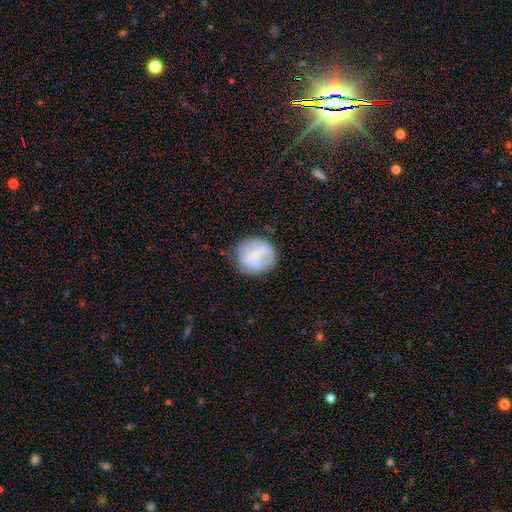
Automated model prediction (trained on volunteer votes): Morphology: type=smooth (51%); roundness=round (80%); merging=none (68%).